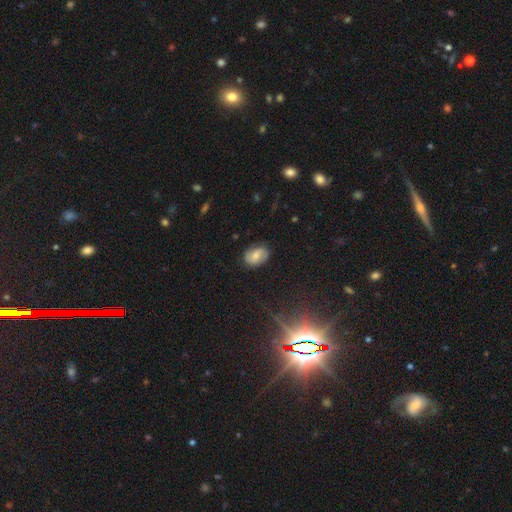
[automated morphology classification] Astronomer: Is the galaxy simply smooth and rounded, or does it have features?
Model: smooth — 46% (runner-up: featured or disk, 43%).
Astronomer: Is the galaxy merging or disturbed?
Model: none — 79%.